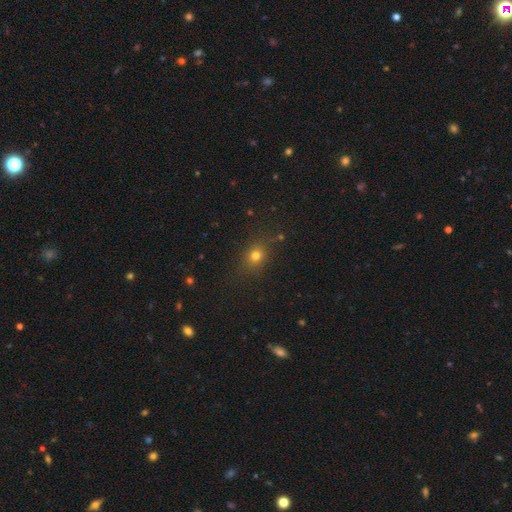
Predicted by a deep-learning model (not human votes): This is likely a smooth galaxy (72%). How rounded: likely round (63%). Merging: clearly none (83%).